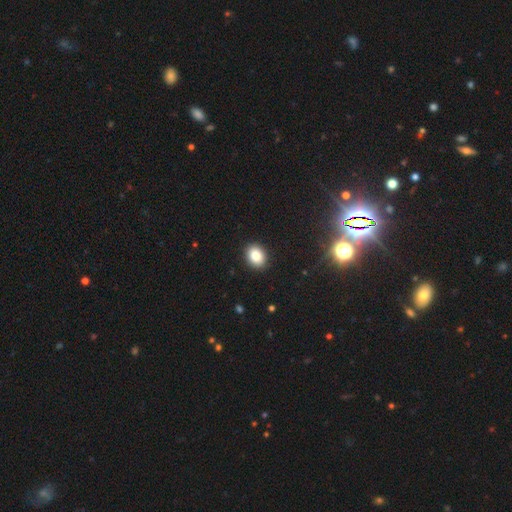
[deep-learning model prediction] Overall: smooth (85%). How rounded: in between (58%; round 41%). Merging: none (91%).